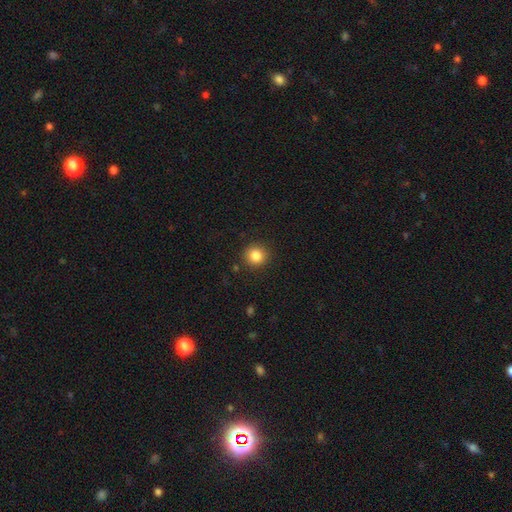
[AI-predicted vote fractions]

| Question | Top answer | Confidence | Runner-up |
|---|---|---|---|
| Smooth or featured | smooth | 85% | star or artifact (10%) |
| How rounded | round | 91% | in between (8%) |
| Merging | none | 90% | minor disturbance (7%) |